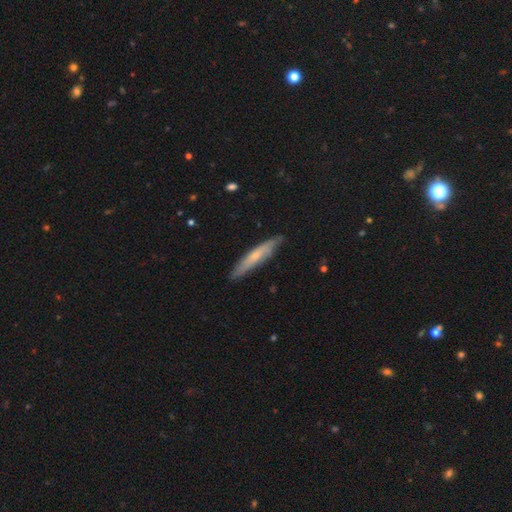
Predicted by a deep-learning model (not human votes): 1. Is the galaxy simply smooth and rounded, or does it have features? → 52% smooth, 43% featured or disk, 5% star or artifact.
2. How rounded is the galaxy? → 90% cigar-shaped, 9% in between, 1% round.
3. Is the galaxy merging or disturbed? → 83% none, 14% minor disturbance, 2% major disturbance, 1% merger.